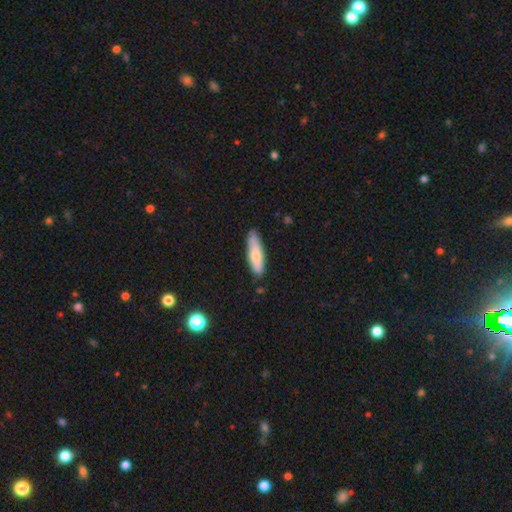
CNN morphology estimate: smooth-or-featured: smooth: 71% | featured or disk: 23% | star or artifact: 6%
  how-rounded: cigar-shaped: 61% | in between: 38% | round: 2%
  merging: none: 80% | minor disturbance: 16% | major disturbance: 3% | merger: 2%